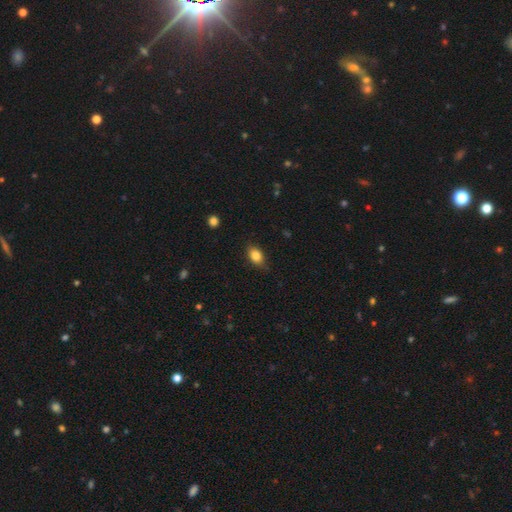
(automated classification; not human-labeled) smooth_or_featured: smooth (p=0.85) [alt: star or artifact p=0.09]
how_rounded: in between (p=0.81) [alt: round p=0.16]
merging: none (p=0.81) [alt: minor disturbance p=0.15]